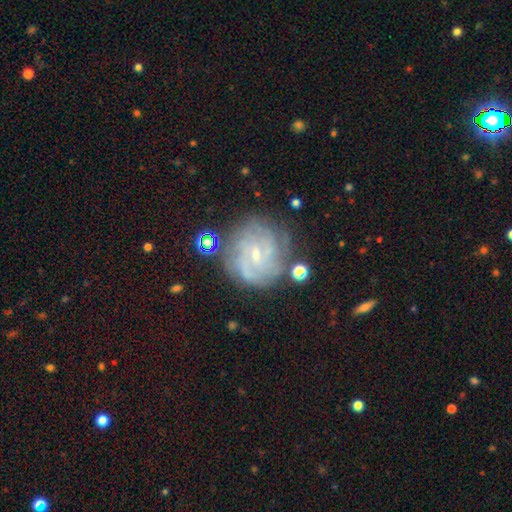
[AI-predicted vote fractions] Smooth or featured?
  - featured or disk: 77% *
  - smooth: 13%
  - star or artifact: 10%
Edge-on disk?
  - no: 97% *
  - yes: 3%
Bar?
  - weak: 54% *
  - no: 31%
  - strong: 15%
Spiral arms?
  - yes: 91% *
  - no: 9%
Spiral winding?
  - tight: 63% *
  - medium: 29%
  - loose: 9%
Spiral arm count?
  - can't tell: 41% *
  - 4: 16%
  - 3: 16%
  - 2: 13%
  - more than 4: 8%
  - 1: 5%
Bulge size?
  - small: 75% *
  - moderate: 16%
  - none: 6%
  - large: 1%
  - dominant: 1%
Merging?
  - none: 70% *
  - minor disturbance: 17%
  - major disturbance: 9%
  - merger: 5%